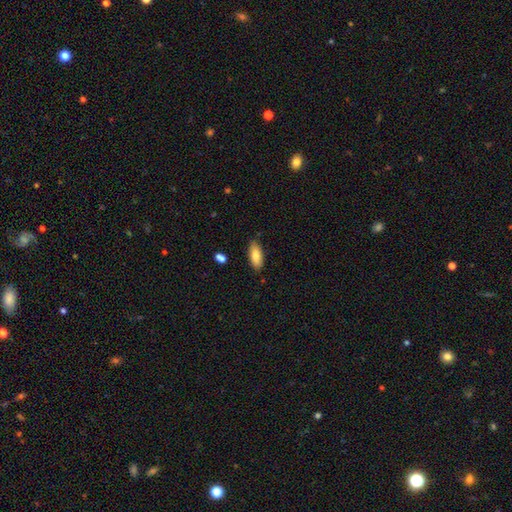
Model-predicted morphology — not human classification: This is clearly a smooth galaxy (81%). How rounded: likely in between (79%). Merging: clearly none (84%).